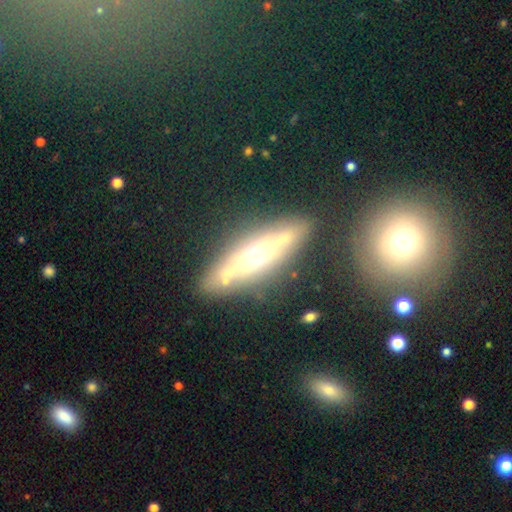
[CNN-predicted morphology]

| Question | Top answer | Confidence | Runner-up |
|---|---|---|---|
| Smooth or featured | featured or disk | 66% | smooth (24%) |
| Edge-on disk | yes | 72% | no (28%) |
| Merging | none | 75% | minor disturbance (14%) |